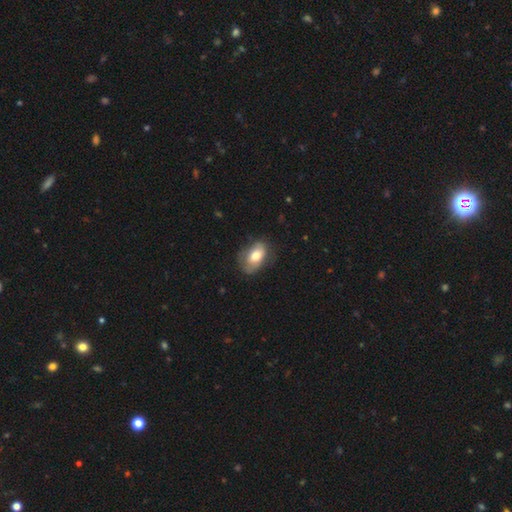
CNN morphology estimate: Smooth or featured?
  - smooth: 70% *
  - featured or disk: 23%
  - star or artifact: 7%
How rounded?
  - in between: 90% *
  - round: 9%
  - cigar-shaped: 2%
Merging?
  - none: 64% *
  - minor disturbance: 26%
  - major disturbance: 9%
  - merger: 1%